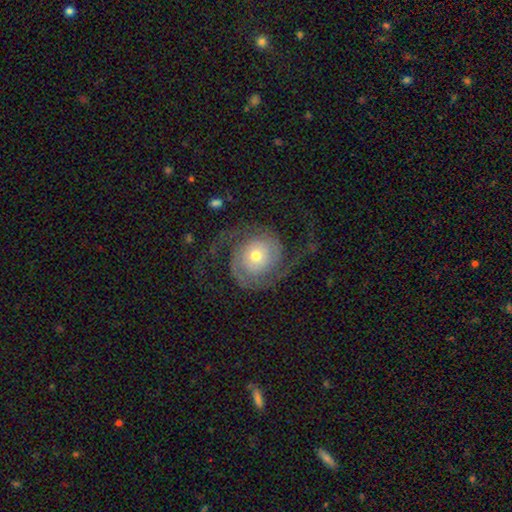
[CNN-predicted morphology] Overall: featured or disk (85%). Edge-on disk: no (97%). Bar: no (75%). Spiral arms: yes (96%). Spiral arm count: 2 (83%). Spiral winding: medium (39%; loose 32%). Bulge size: moderate (47%; small 44%). Merging: none (65%).